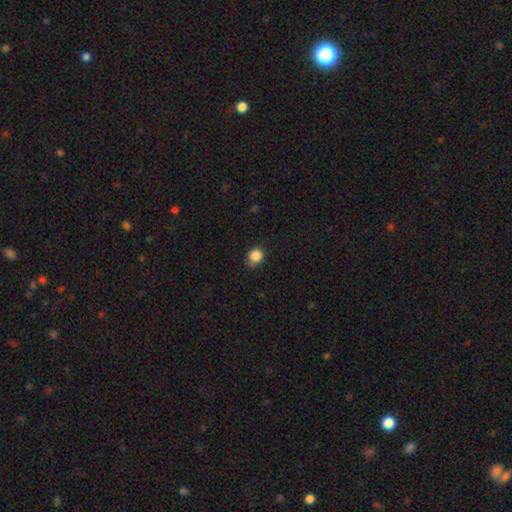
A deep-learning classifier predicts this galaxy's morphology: Smooth or featured: smooth — 86% (star or artifact — 10%)
How rounded: round — 81% (in between — 18%)
Merging: none — 77% (minor disturbance — 19%)